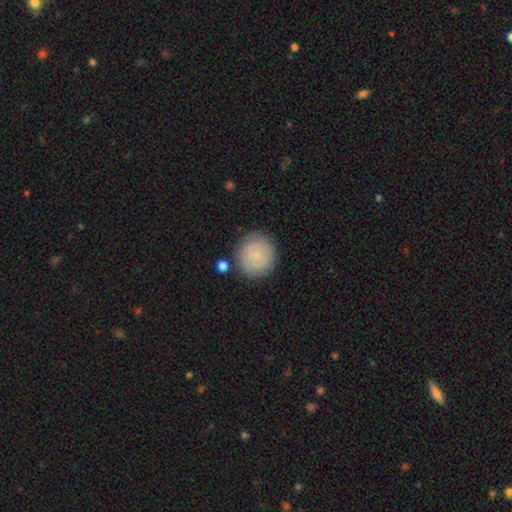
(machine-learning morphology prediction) The model was most divided on "smooth or featured": smooth: 75%, featured or disk: 18%, star or artifact: 7%. More confident: how rounded — round (92%); merging — none (83%).